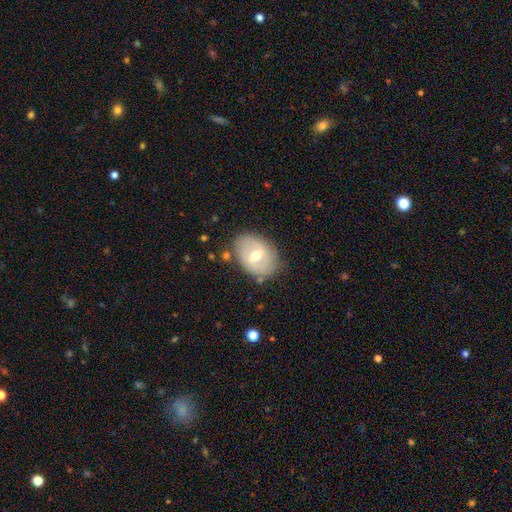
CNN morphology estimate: Smooth or featured? Predicted: featured or disk (p=0.52). Edge-on disk? Predicted: no (p=0.93). Merging? Predicted: none (p=0.78).